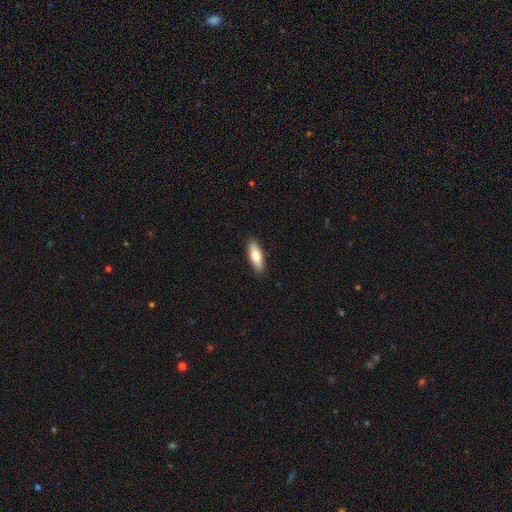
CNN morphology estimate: A smooth galaxy with no disk features (75%) that is in between round and cigar-shaped (59%).

Vote fractions:
- Smooth or featured? smooth: 75% / featured or disk: 19% / star or artifact: 6%
- How rounded? in between: 59% / cigar-shaped: 38% / round: 2%
- Merging? none: 89% / minor disturbance: 8% / major disturbance: 2% / merger: 1%